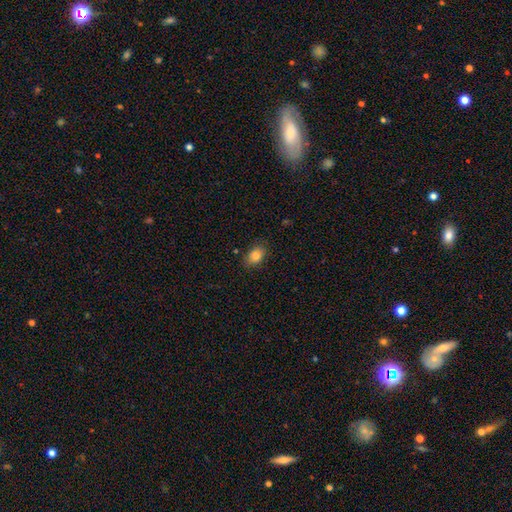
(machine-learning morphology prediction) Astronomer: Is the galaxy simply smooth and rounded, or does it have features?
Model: smooth — 85%.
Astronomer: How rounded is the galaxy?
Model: in between — 82%.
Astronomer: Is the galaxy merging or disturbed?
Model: none — 81%.